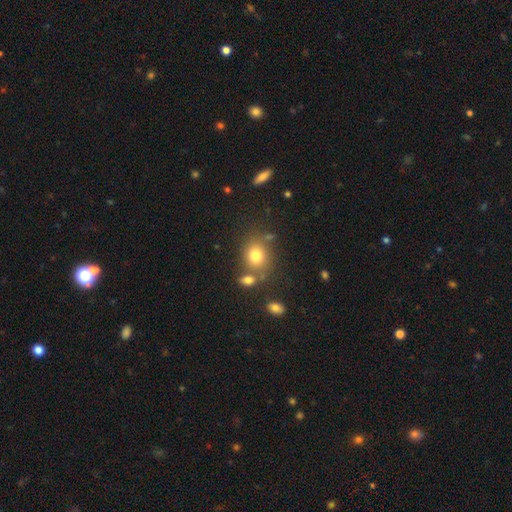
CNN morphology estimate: A smooth galaxy with no disk features (77%) that is round (66%).

Vote fractions:
- Smooth or featured? smooth: 77% / star or artifact: 12% / featured or disk: 10%
- How rounded? round: 66% / in between: 33% / cigar-shaped: 1%
- Merging? none: 64% / merger: 19% / minor disturbance: 12% / major disturbance: 5%